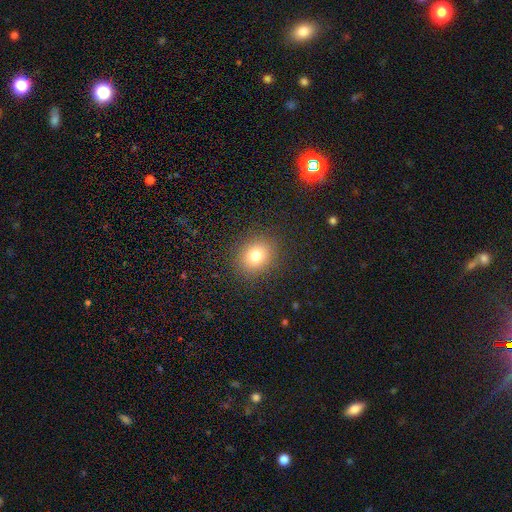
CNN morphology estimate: Smooth or featured? smooth (77%)
How rounded? round (70%)
Merging? none (89%)